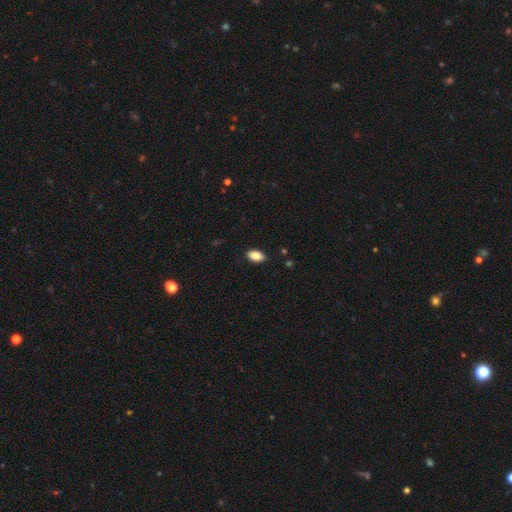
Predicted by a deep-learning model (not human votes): Smooth or featured? Predicted: smooth (p=0.88). How rounded? Predicted: in between (p=0.93). Merging? Predicted: none (p=0.89).